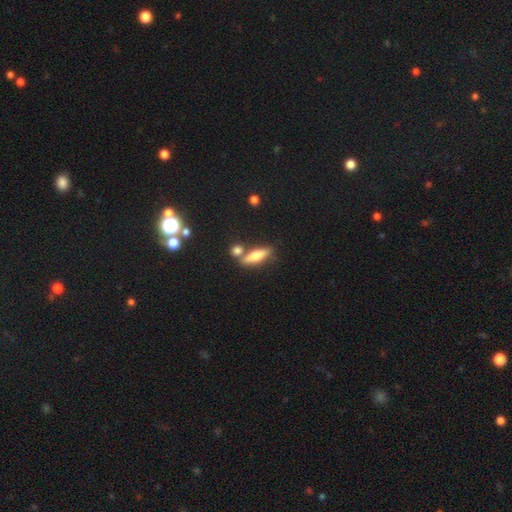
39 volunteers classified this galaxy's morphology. Smooth or featured? 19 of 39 (49%, tied with featured or disk) said smooth. How rounded? 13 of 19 (68%) said cigar-shaped. Merging? 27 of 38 (71%) said none.